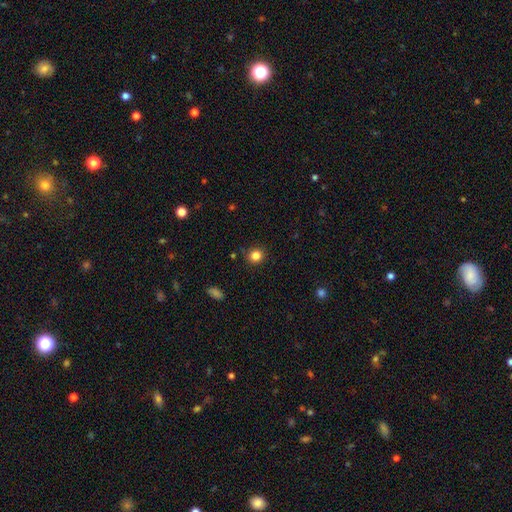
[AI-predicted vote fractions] Smooth or featured: smooth — 83% (star or artifact — 12%)
How rounded: round — 88% (in between — 11%)
Merging: none — 88% (minor disturbance — 8%)